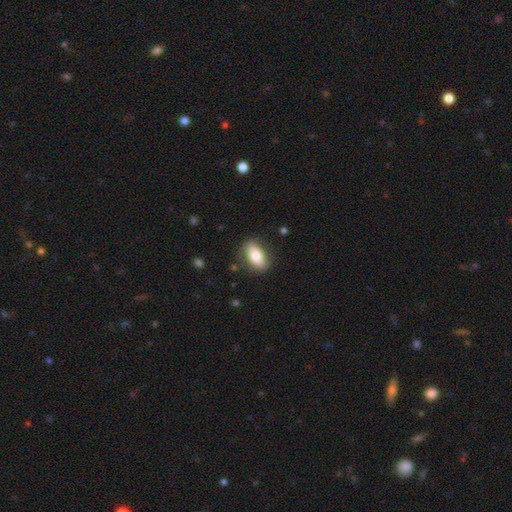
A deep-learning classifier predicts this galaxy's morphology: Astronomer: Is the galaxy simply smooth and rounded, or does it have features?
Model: smooth — 74%.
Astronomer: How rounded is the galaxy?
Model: in between — 88%.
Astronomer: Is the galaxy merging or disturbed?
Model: none — 81%.